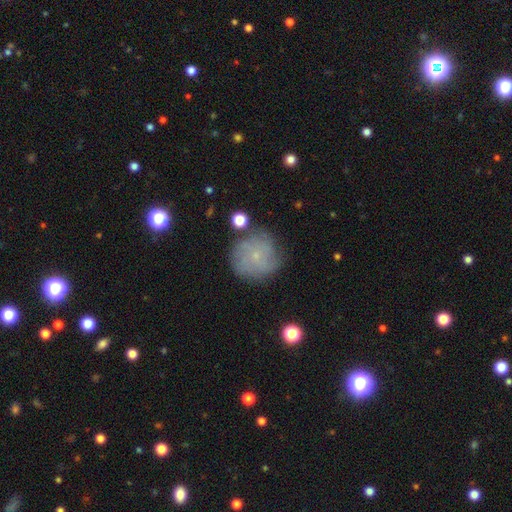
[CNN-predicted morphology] smooth-or-featured: smooth: 47% | featured or disk: 41% | star or artifact: 11%
  merging: none: 72% | minor disturbance: 18% | major disturbance: 7% | merger: 3%